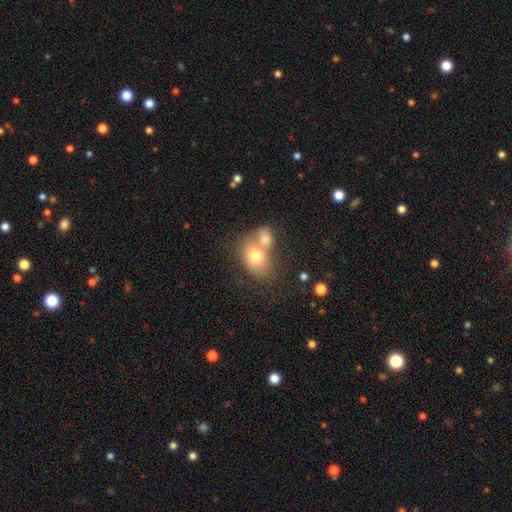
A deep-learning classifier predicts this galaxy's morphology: Smooth or featured?
  - smooth: 73% *
  - featured or disk: 18%
  - star or artifact: 9%
How rounded?
  - in between: 63% *
  - round: 36%
  - cigar-shaped: 1%
Merging?
  - merger: 63% *
  - none: 24%
  - minor disturbance: 9%
  - major disturbance: 5%